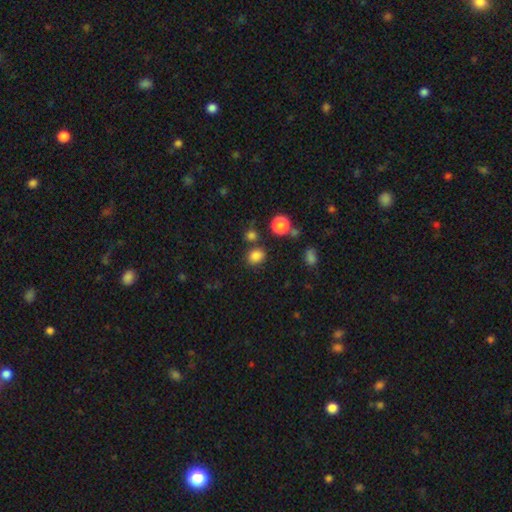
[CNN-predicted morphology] smooth 81%, star or artifact 15%, featured or disk 4%. Down the decision tree: how rounded — round (56%); merging — none (77%).